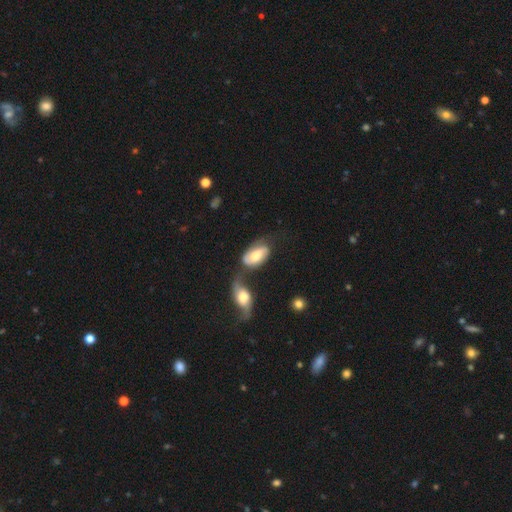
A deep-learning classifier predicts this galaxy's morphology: The model was most divided on "merging": merger: 40%, none: 33%, minor disturbance: 16%, major disturbance: 11%. Remaining: edge-on disk — no (93%); spiral arms — yes (82%); smooth or featured — featured or disk (56%); bulge size — moderate (52%); bar — no (46%).